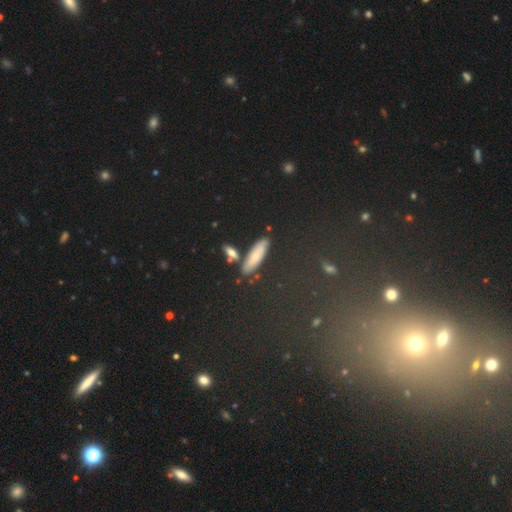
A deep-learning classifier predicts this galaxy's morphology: Smooth or featured? Predicted: smooth (p=0.65). How rounded? Predicted: cigar-shaped (p=0.59). Merging? Predicted: none (p=0.78).